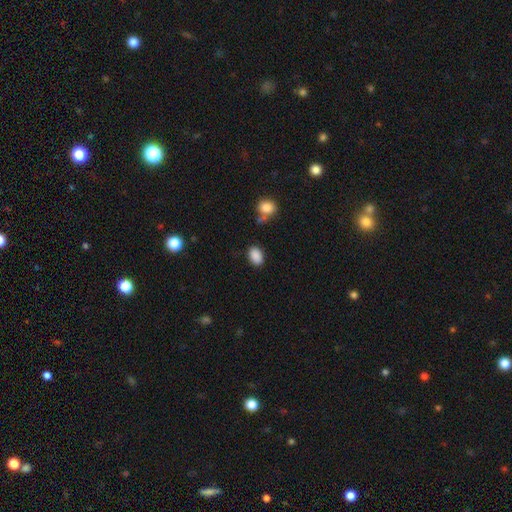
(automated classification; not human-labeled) Overall: smooth (88%). How rounded: in between (82%). Merging: none (80%).